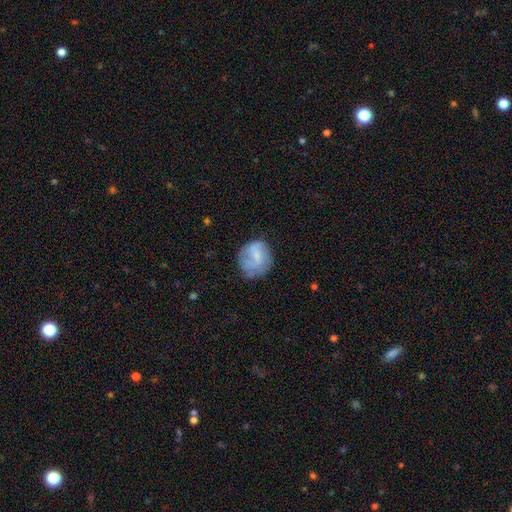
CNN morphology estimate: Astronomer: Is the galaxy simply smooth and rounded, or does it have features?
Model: smooth — 54% (runner-up: featured or disk, 38%).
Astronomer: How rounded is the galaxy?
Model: round — 70%.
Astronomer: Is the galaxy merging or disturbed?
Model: none — 59%.